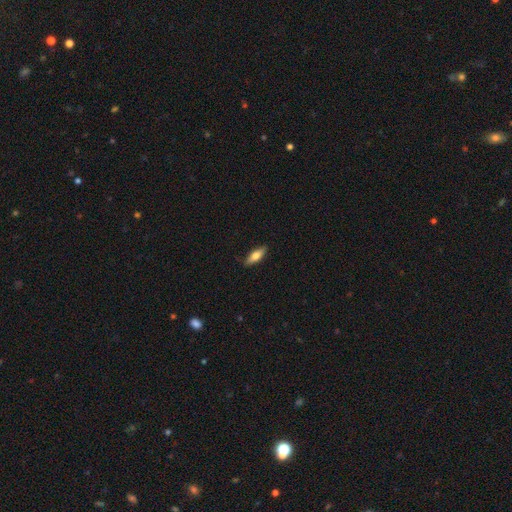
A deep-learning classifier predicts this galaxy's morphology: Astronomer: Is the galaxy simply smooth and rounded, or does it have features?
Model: smooth — 69%.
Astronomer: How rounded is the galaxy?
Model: in between — 59% (runner-up: cigar-shaped, 39%).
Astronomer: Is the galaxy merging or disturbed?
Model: none — 86%.